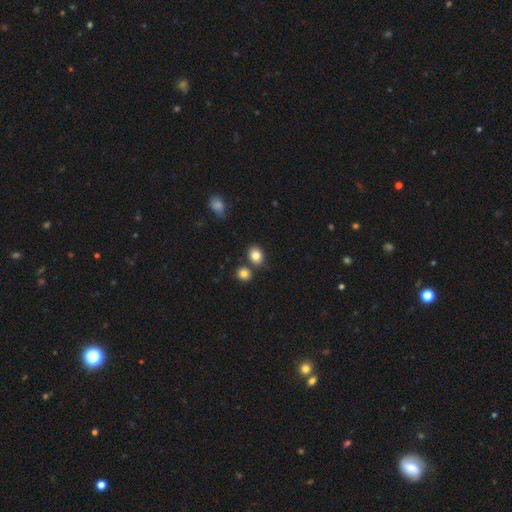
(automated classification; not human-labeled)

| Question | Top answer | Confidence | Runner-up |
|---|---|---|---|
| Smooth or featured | smooth | 83% | star or artifact (10%) |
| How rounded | round | 60% | in between (39%) |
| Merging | none | 72% | merger (15%) |